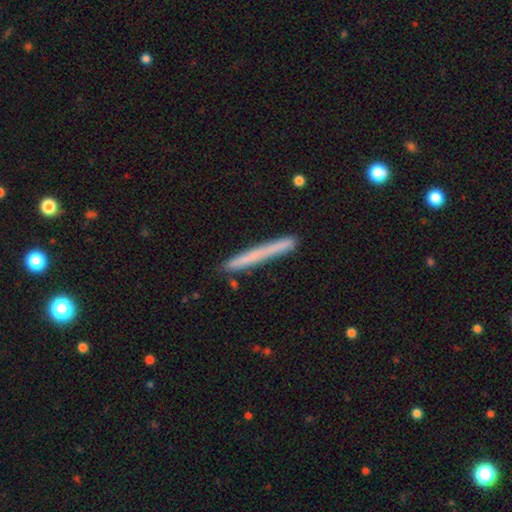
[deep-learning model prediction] Q: Smooth or featured?
A: smooth (62%); runner-up: featured or disk (31%)
Q: How rounded?
A: cigar-shaped (97%); runner-up: in between (2%)
Q: Merging?
A: none (88%); runner-up: minor disturbance (9%)